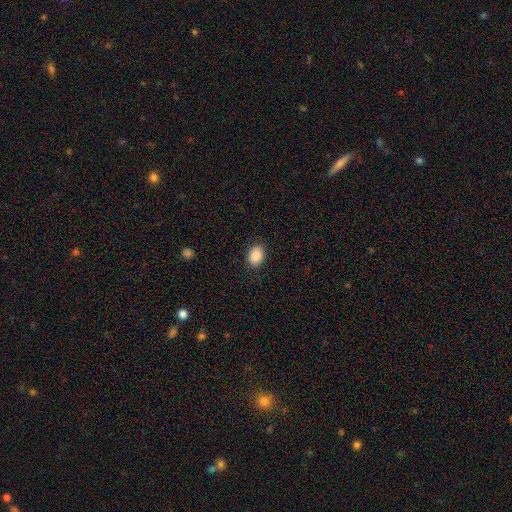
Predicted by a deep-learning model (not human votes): Overall: smooth (89%). How rounded: in between (74%). Merging: none (86%).